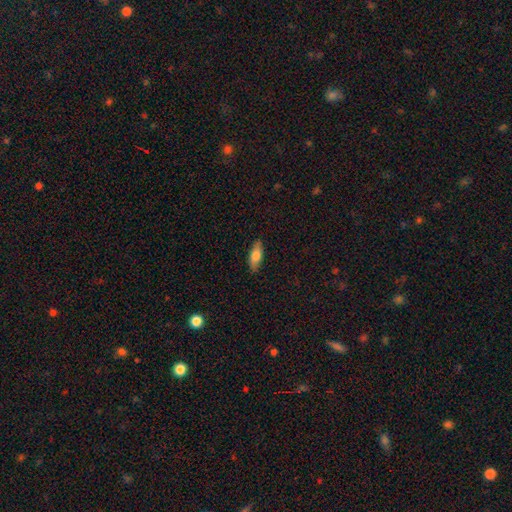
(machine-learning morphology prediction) Smooth or featured: smooth — 72% (featured or disk — 22%)
How rounded: in between — 70% (cigar-shaped — 28%)
Merging: none — 87% (minor disturbance — 10%)